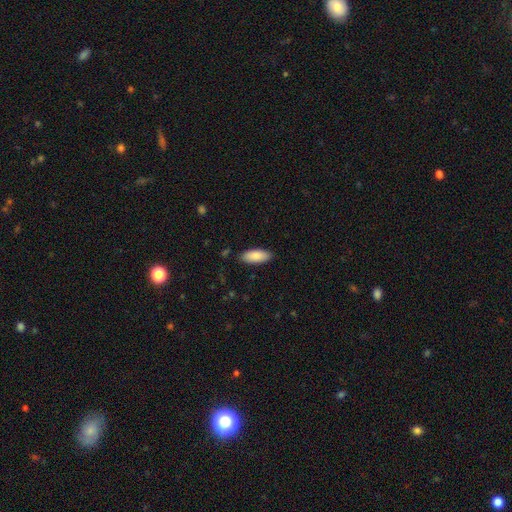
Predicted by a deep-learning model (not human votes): smooth_or_featured: smooth (p=0.87) [alt: featured or disk p=0.08]
how_rounded: in between (p=0.82) [alt: cigar-shaped p=0.16]
merging: none (p=0.87) [alt: minor disturbance p=0.10]